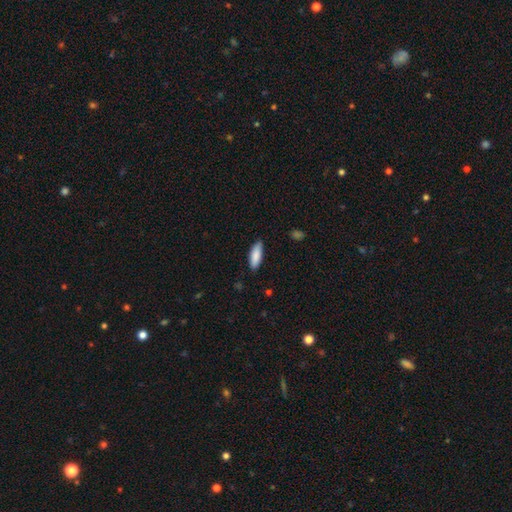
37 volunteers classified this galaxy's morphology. This appears to be a smooth galaxy with no disk features (84%) that is in between round and cigar-shaped (68%). Merging: none (82%).